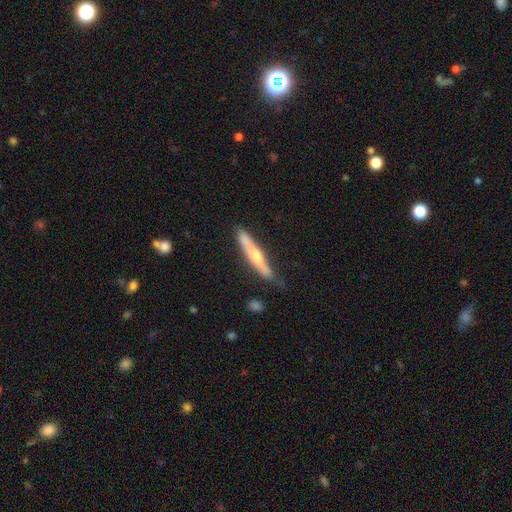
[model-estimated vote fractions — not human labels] The model was most divided on "smooth or featured": featured or disk: 58%, smooth: 37%, star or artifact: 6%. More confident: edge-on disk — yes (88%); edge-on bulge — rounded (84%); merging — none (77%).